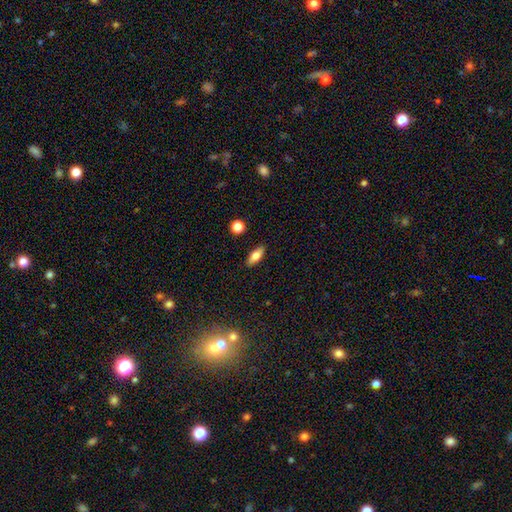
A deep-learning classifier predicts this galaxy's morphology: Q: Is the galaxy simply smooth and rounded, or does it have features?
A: smooth — 72%.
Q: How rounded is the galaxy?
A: in between — 72%.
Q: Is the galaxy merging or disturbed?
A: none — 88%.